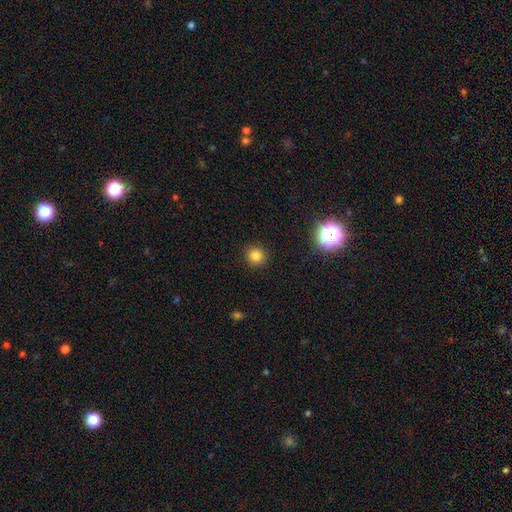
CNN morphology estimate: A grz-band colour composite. It shows a smooth galaxy with no disk features (81%) that is round (92%). Merging: none (92%).